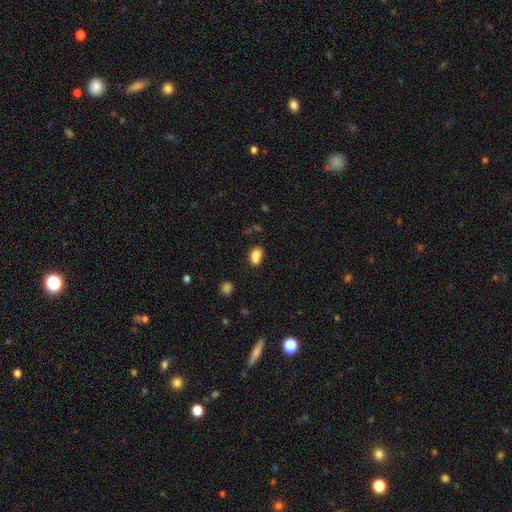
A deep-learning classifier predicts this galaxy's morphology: Smooth or featured?
  - smooth: 81% *
  - star or artifact: 10%
  - featured or disk: 9%
How rounded?
  - in between: 82% *
  - round: 16%
  - cigar-shaped: 3%
Merging?
  - none: 50% *
  - merger: 23%
  - minor disturbance: 21%
  - major disturbance: 6%